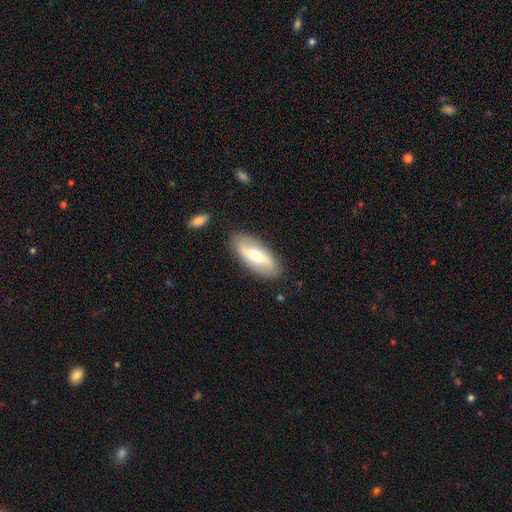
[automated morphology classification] featured or disk 49%, smooth 46%, star or artifact 6%. Down the decision tree: merging — none (86%).